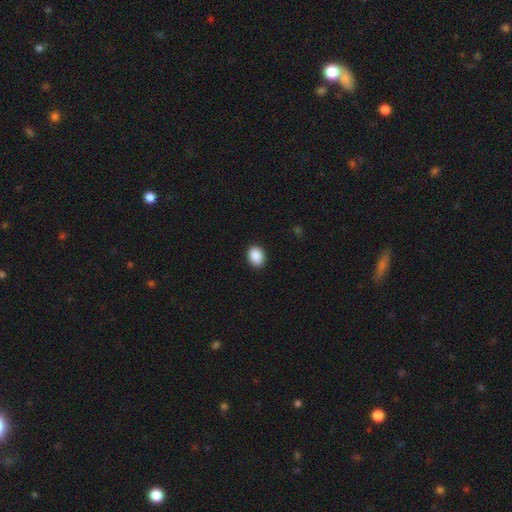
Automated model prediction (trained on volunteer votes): Smooth or featured?
  - smooth: 90% *
  - star or artifact: 7%
  - featured or disk: 3%
How rounded?
  - in between: 68% *
  - round: 31%
  - cigar-shaped: 1%
Merging?
  - none: 90% *
  - minor disturbance: 8%
  - major disturbance: 2%
  - merger: 1%